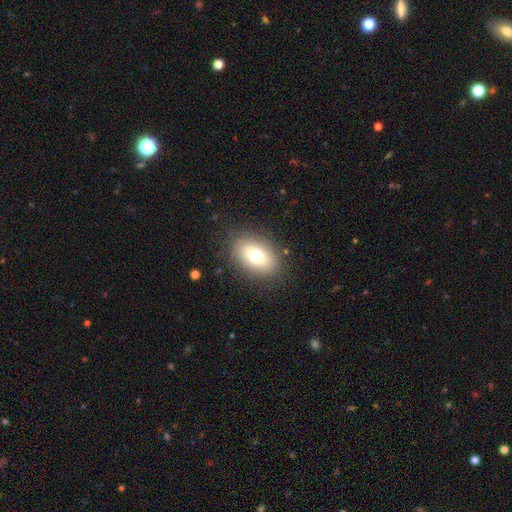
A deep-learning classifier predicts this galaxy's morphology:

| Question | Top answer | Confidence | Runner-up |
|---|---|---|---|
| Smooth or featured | smooth | 74% | featured or disk (15%) |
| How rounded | in between | 78% | round (20%) |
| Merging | none | 85% | minor disturbance (10%) |